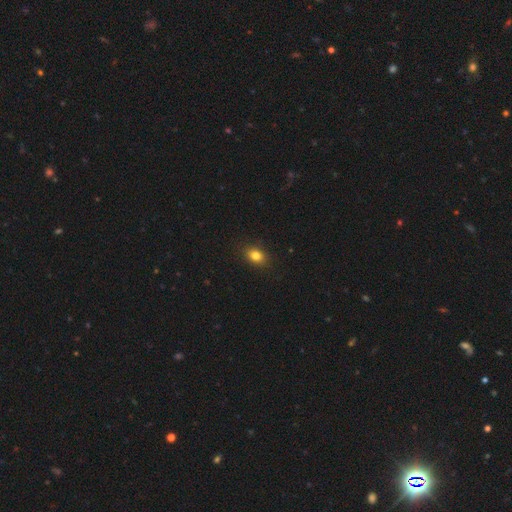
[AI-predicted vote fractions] smooth_or_featured: smooth (p=0.82) [alt: star or artifact p=0.12]
how_rounded: in between (p=0.66) [alt: round p=0.33]
merging: none (p=0.88) [alt: minor disturbance p=0.09]